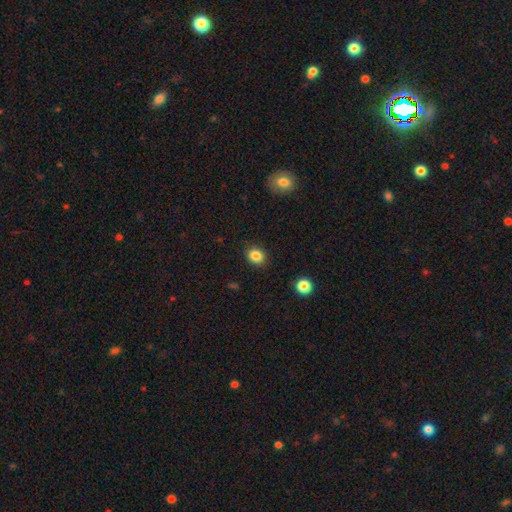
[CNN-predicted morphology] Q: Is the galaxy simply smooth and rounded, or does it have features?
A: smooth — 85%.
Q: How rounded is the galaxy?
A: round — 64%.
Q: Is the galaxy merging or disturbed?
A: none — 89%.